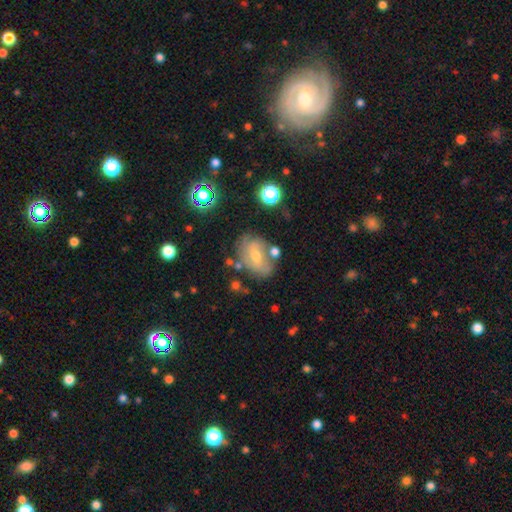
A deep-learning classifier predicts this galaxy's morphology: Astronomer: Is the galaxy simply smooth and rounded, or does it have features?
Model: featured or disk — 52% (runner-up: smooth, 34%).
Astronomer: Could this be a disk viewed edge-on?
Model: no — 93%.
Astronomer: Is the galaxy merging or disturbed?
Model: none — 62%.